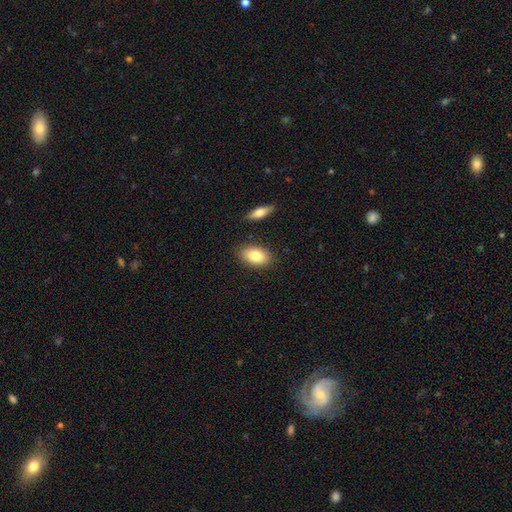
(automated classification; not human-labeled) This is clearly a smooth galaxy (83%). How rounded: clearly in between (91%). Merging: clearly none (84%).